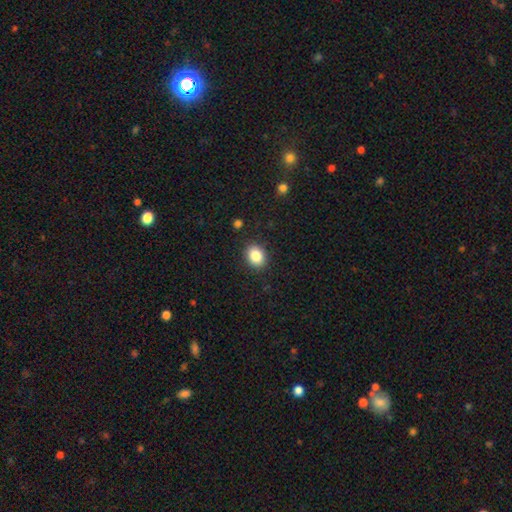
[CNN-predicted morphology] A smooth galaxy with no disk features (86%) that is in between round and cigar-shaped (57%). Merging: none (89%).